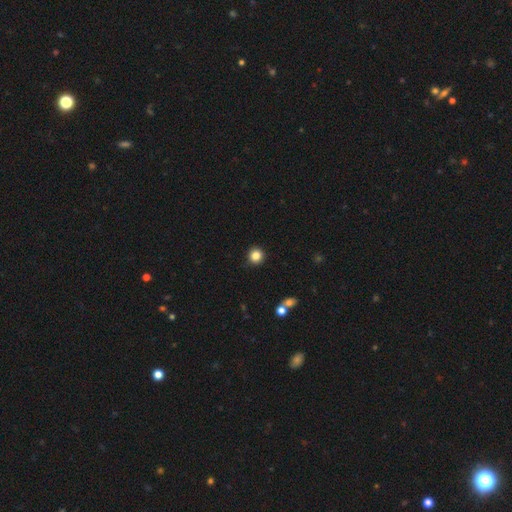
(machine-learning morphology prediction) smooth_or_featured: smooth (p=0.85) [alt: star or artifact p=0.11]
how_rounded: round (p=0.94) [alt: in between p=0.05]
merging: none (p=0.92) [alt: minor disturbance p=0.05]